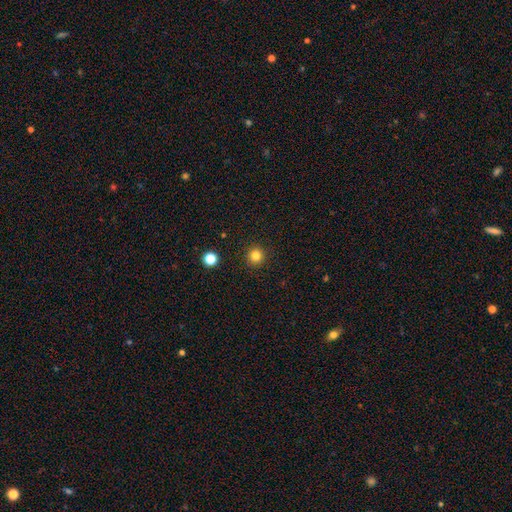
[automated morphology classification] smooth_or_featured: smooth (p=0.82) [alt: star or artifact p=0.13]
how_rounded: round (p=0.95) [alt: in between p=0.04]
merging: none (p=0.93) [alt: minor disturbance p=0.04]